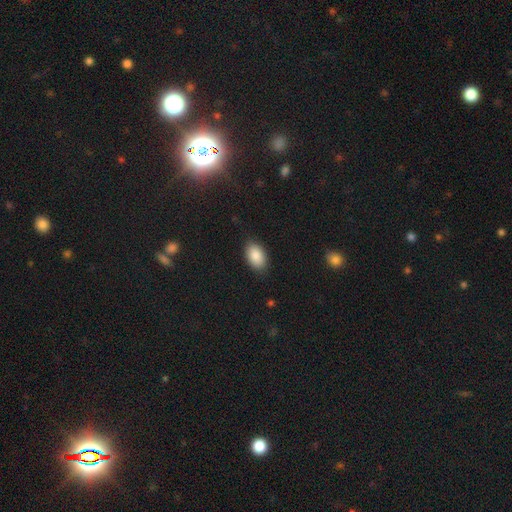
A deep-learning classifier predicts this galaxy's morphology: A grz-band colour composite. It shows a smooth galaxy with no disk features (87%) that is in between round and cigar-shaped (92%). Merging: none (86%).